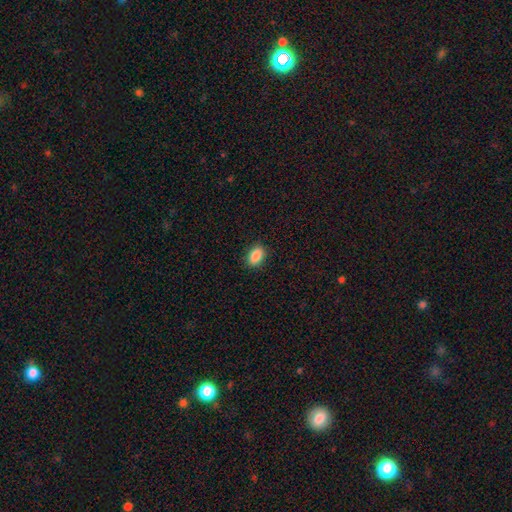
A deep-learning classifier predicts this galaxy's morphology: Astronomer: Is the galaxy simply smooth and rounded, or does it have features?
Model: smooth — 88%.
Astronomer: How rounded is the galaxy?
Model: in between — 86%.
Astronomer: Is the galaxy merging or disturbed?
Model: none — 88%.